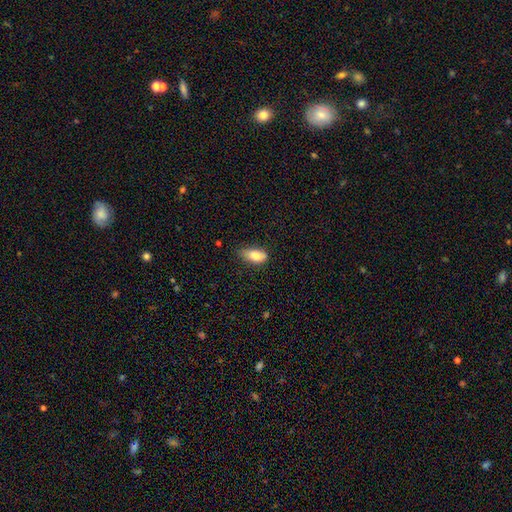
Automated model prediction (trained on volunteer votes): This appears to be a smooth galaxy with no disk features (80%) that is in between round and cigar-shaped (87%). Merging: none (64%).